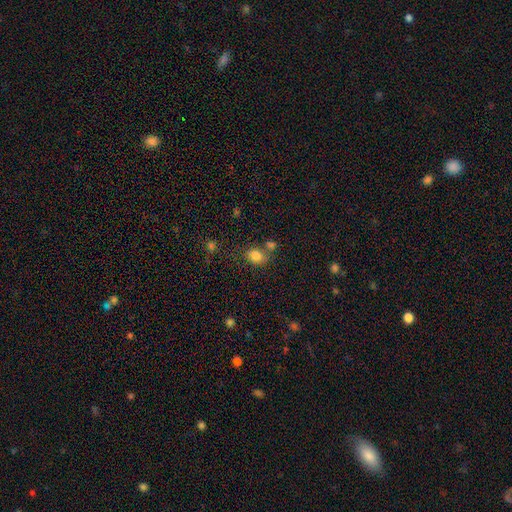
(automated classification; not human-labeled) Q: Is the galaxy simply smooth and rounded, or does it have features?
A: smooth — 82%.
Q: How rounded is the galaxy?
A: in between — 57%.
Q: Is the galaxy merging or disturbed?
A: none — 58%.